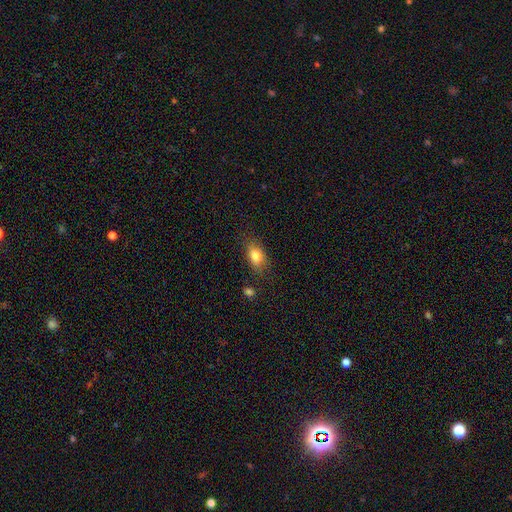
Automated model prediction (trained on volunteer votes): The model was most divided on "merging": none: 76%, minor disturbance: 16%, major disturbance: 4%, merger: 3%. More confident: how rounded — in between (84%); smooth or featured — smooth (81%).